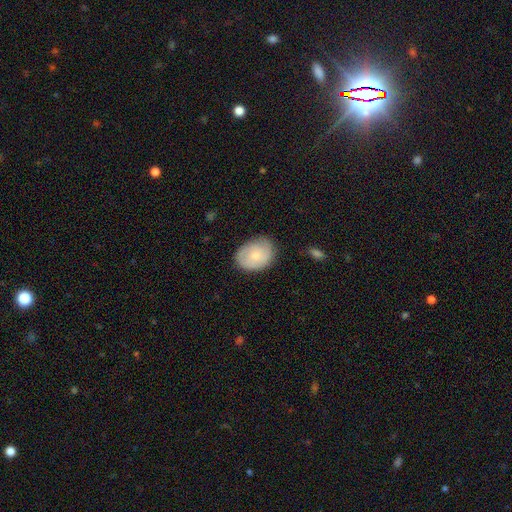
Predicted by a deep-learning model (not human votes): Q: Smooth or featured?
A: smooth (53%); runner-up: featured or disk (41%)
Q: How rounded?
A: in between (62%); runner-up: round (37%)
Q: Merging?
A: none (75%); runner-up: minor disturbance (19%)